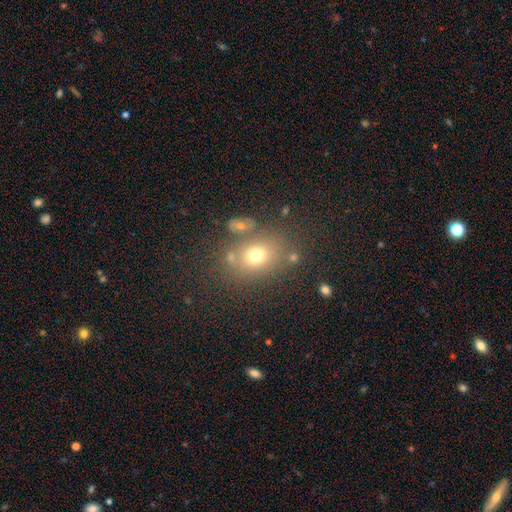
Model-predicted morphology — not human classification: smooth-or-featured: smooth: 69% | star or artifact: 16% | featured or disk: 15%
  how-rounded: in between: 62% | round: 37% | cigar-shaped: 1%
  merging: none: 69% | minor disturbance: 13% | merger: 12% | major disturbance: 6%